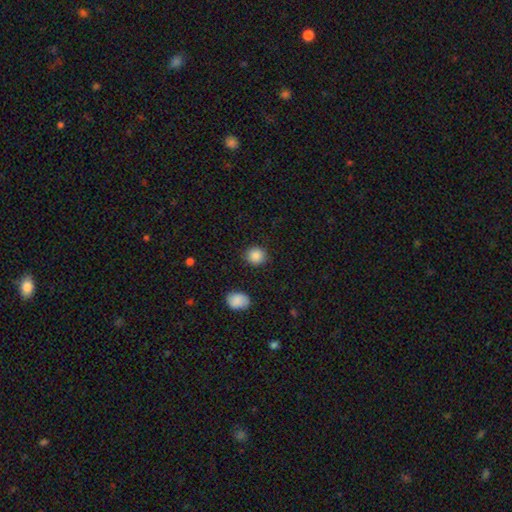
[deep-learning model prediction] Smooth or featured?
  - smooth: 88% *
  - star or artifact: 9%
  - featured or disk: 3%
How rounded?
  - round: 86% *
  - in between: 13%
  - cigar-shaped: 1%
Merging?
  - none: 87% *
  - minor disturbance: 8%
  - major disturbance: 3%
  - merger: 2%